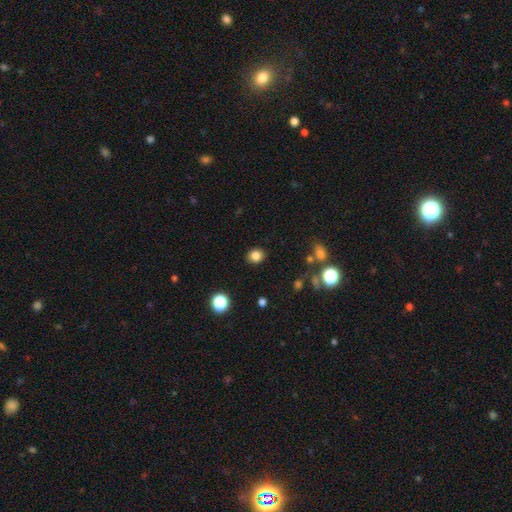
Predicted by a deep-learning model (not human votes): Smooth or featured?
  - smooth: 83% *
  - star or artifact: 12%
  - featured or disk: 5%
How rounded?
  - round: 69% *
  - in between: 30%
  - cigar-shaped: 1%
Merging?
  - none: 88% *
  - minor disturbance: 8%
  - major disturbance: 2%
  - merger: 2%